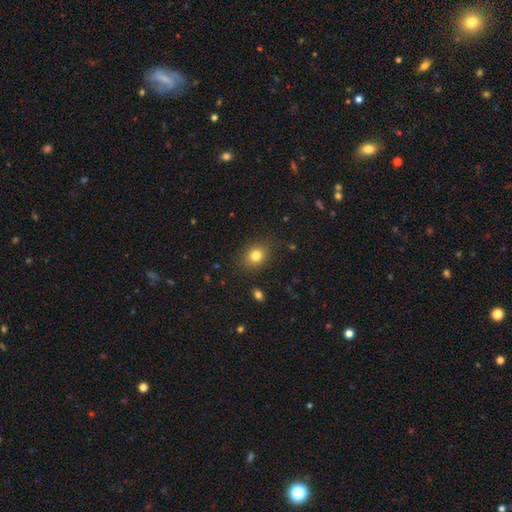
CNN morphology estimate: smooth_or_featured: smooth (p=0.79) [alt: star or artifact p=0.12]
how_rounded: round (p=0.54) [alt: in between p=0.45]
merging: none (p=0.84) [alt: minor disturbance p=0.12]